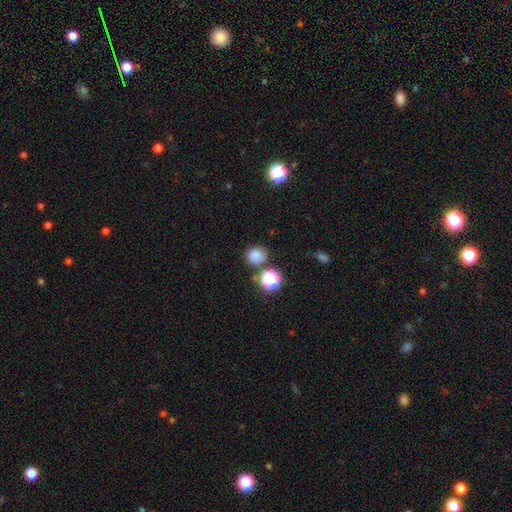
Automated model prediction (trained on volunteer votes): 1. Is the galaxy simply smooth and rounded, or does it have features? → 77% smooth, 17% star or artifact, 6% featured or disk.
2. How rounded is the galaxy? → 80% round, 20% in between, 1% cigar-shaped.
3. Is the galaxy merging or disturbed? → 71% none, 13% minor disturbance, 11% merger, 4% major disturbance.